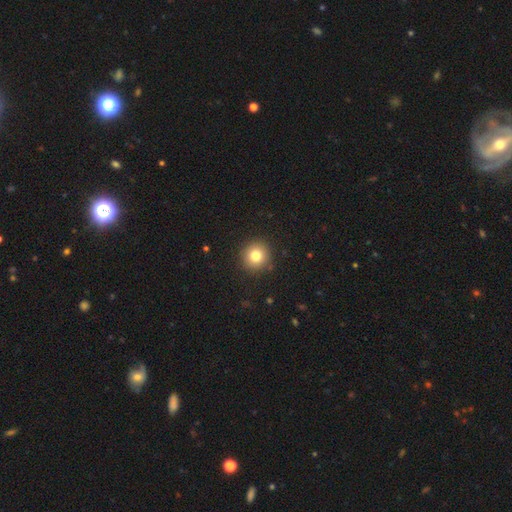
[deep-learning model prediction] This is likely a smooth galaxy (80%). How rounded: clearly round (93%). Merging: clearly none (90%).